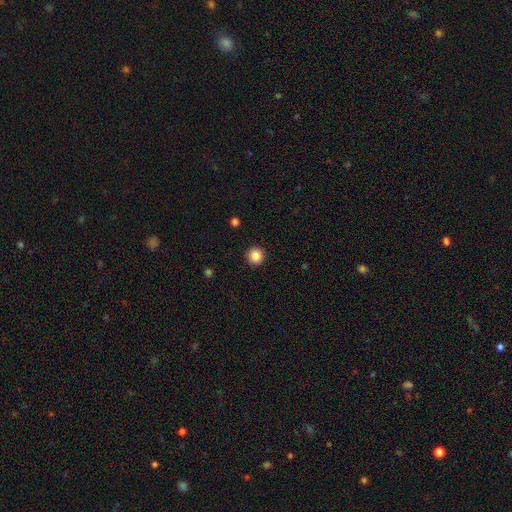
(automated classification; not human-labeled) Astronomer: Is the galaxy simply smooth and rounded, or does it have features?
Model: smooth — 86%.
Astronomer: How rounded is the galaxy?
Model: round — 95%.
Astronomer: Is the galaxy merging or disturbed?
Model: none — 93%.